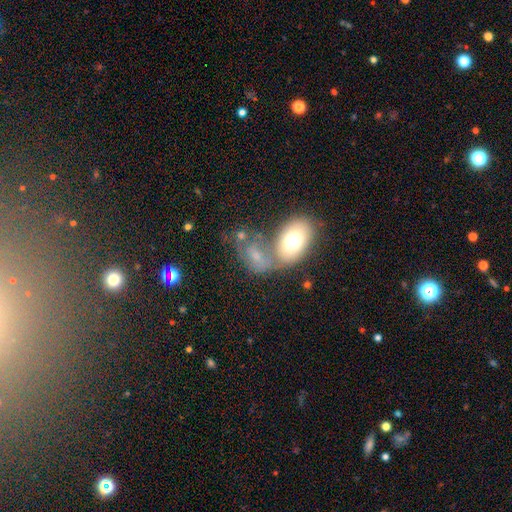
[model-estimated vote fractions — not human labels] The model was most divided on "smooth or featured": smooth: 55%, featured or disk: 34%, star or artifact: 12%. Remaining: how rounded — in between (84%); merging — merger (49%).